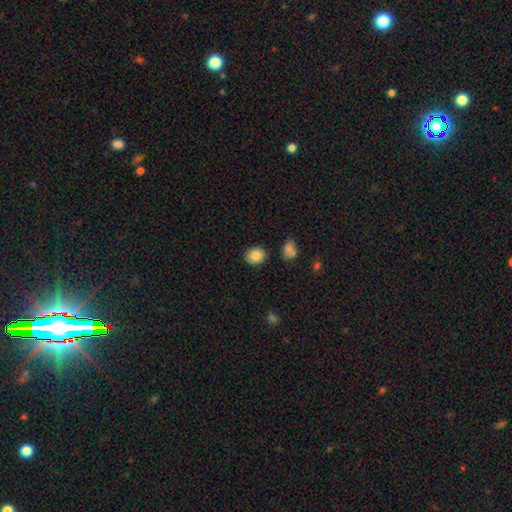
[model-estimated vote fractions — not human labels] A smooth galaxy with no disk features (86%) that is round (70%). Merging: none (86%).